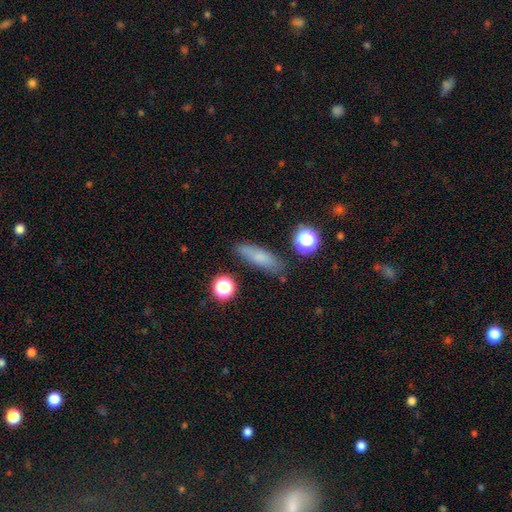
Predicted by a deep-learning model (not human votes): Smooth or featured? smooth (74%)
How rounded? cigar-shaped (55%)
Merging? none (82%)